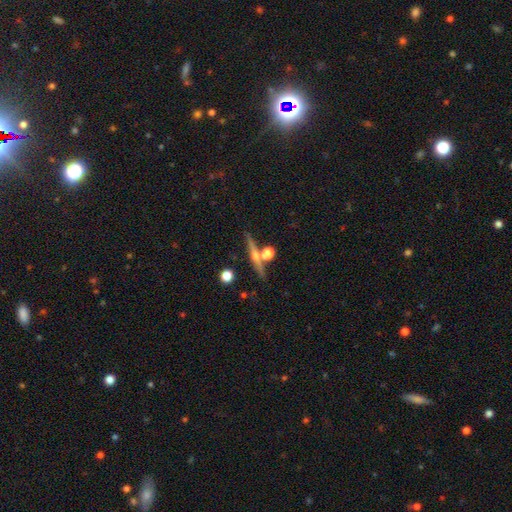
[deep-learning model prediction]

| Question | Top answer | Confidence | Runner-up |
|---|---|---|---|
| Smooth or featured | featured or disk | 62% | smooth (29%) |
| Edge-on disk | yes | 94% | no (6%) |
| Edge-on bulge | rounded | 77% | none (17%) |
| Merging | none | 72% | merger (16%) |